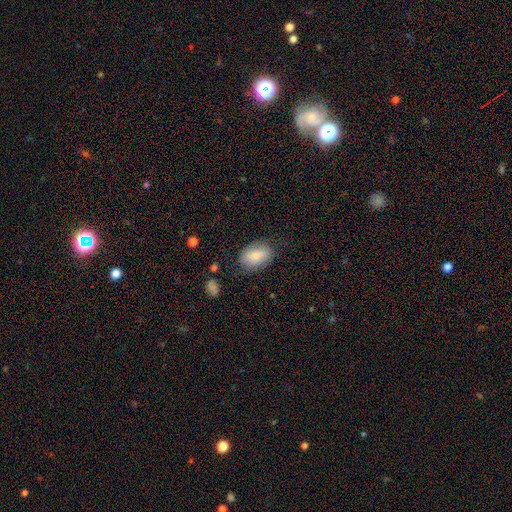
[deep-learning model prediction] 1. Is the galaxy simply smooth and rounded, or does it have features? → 80% smooth, 14% featured or disk, 7% star or artifact.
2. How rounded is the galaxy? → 87% in between, 11% round, 1% cigar-shaped.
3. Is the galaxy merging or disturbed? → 73% none, 19% minor disturbance, 6% major disturbance, 2% merger.